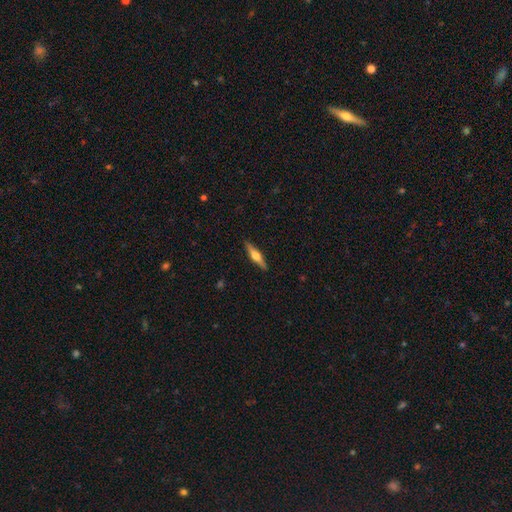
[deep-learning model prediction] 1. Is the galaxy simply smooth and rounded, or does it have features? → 53% featured or disk, 41% smooth, 6% star or artifact.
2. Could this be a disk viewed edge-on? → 95% yes, 5% no.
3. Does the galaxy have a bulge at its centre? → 92% rounded, 5% boxy, 4% none.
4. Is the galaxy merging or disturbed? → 90% none, 7% minor disturbance, 2% major disturbance, 1% merger.